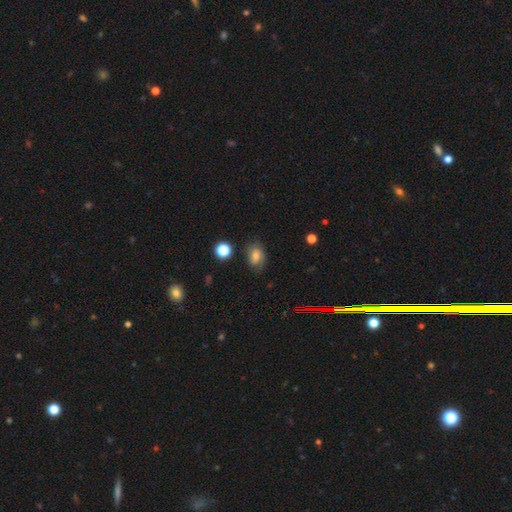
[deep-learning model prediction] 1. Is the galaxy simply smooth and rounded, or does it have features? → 59% smooth, 27% featured or disk, 14% star or artifact.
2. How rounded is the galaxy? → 75% in between, 23% round, 2% cigar-shaped.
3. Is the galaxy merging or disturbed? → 69% none, 21% minor disturbance, 8% major disturbance, 2% merger.